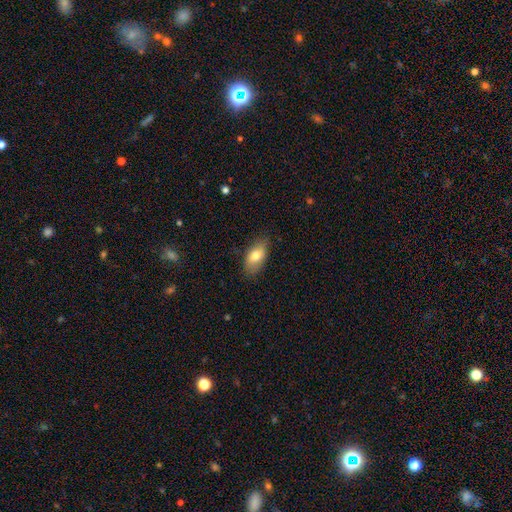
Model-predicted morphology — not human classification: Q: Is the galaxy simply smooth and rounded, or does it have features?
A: smooth — 75%.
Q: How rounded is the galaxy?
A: in between — 90%.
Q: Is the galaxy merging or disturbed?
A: none — 80%.